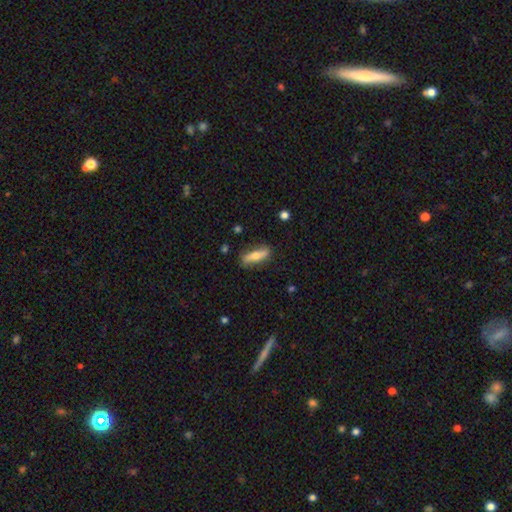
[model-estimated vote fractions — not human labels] smooth 62%, featured or disk 32%, star or artifact 6%. Down the decision tree: how rounded — cigar-shaped (58%); merging — none (83%).